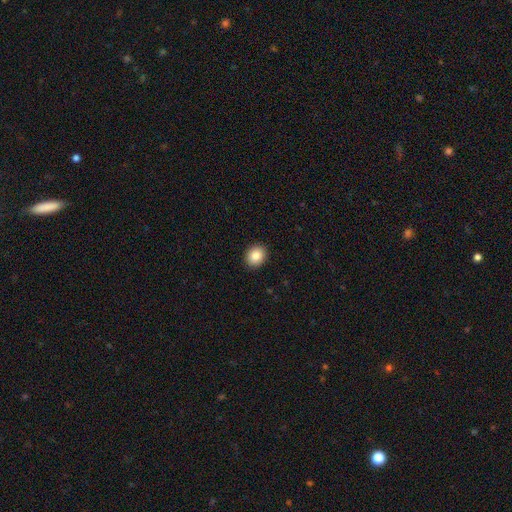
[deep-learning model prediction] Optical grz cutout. It shows a smooth galaxy with no disk features (86%) that is round (61%). Merging: none (91%).